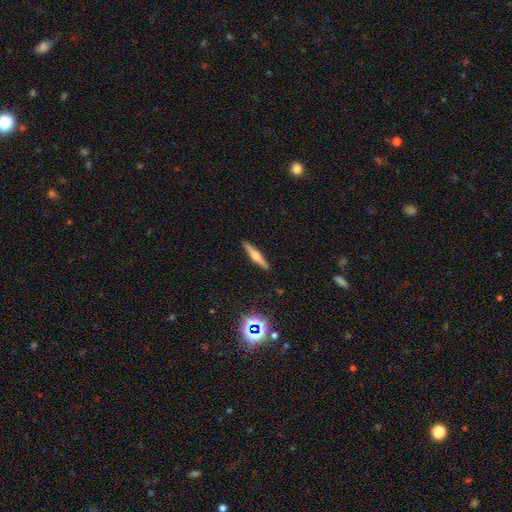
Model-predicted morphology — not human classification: This is possibly a featured or disk galaxy (60%). It is clearly viewed edge-on (97%). Edge-on bulge: clearly rounded (87%). Merging: clearly none (91%).